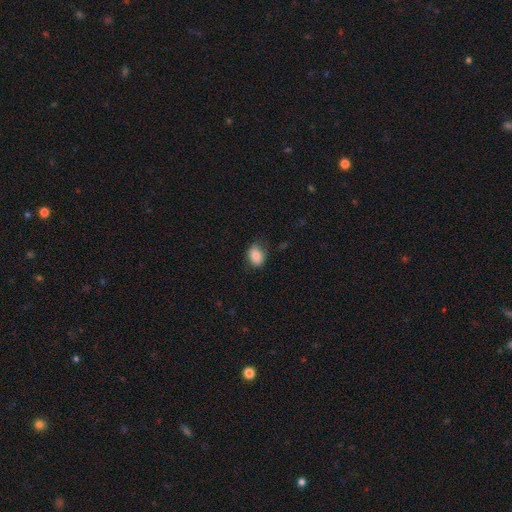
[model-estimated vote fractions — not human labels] A smooth galaxy with no disk features (82%) that is in between round and cigar-shaped (72%).

Vote fractions:
- Smooth or featured? smooth: 82% / featured or disk: 10% / star or artifact: 9%
- How rounded? in between: 72% / round: 26% / cigar-shaped: 1%
- Merging? none: 73% / minor disturbance: 21% / major disturbance: 5% / merger: 1%